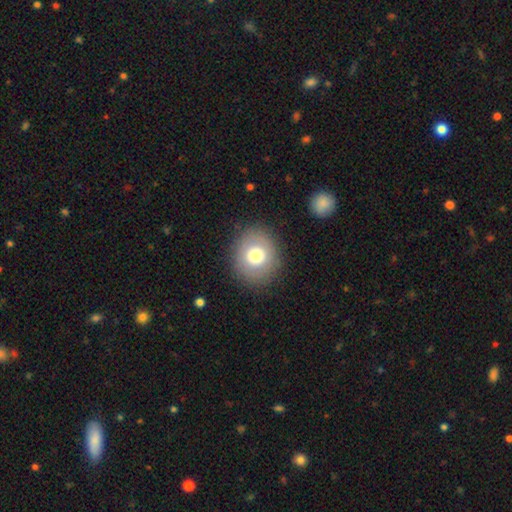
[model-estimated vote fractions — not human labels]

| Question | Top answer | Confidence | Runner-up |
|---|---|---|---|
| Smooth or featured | smooth | 73% | featured or disk (18%) |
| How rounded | round | 79% | in between (20%) |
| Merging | none | 87% | minor disturbance (8%) |